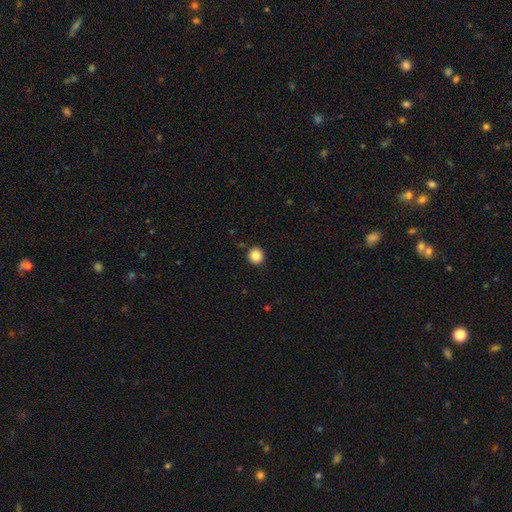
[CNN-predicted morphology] The model was most divided on "smooth or featured": smooth: 87%, star or artifact: 10%, featured or disk: 3%. More confident: how rounded — round (91%); merging — none (90%).